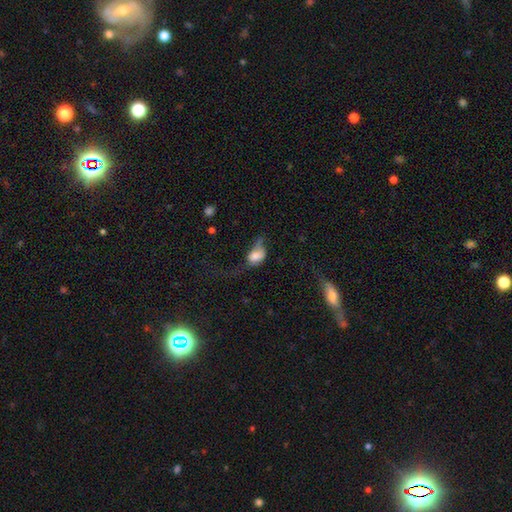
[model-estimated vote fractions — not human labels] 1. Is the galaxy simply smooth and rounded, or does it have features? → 65% smooth, 26% featured or disk, 9% star or artifact.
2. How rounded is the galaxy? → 77% in between, 20% round, 3% cigar-shaped.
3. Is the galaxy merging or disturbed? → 52% major disturbance, 21% minor disturbance, 19% none, 8% merger.